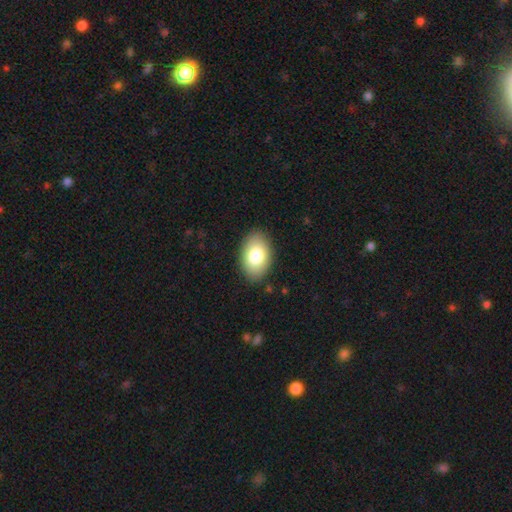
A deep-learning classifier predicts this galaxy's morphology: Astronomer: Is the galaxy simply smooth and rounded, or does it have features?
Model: smooth — 81%.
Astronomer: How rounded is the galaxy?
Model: in between — 90%.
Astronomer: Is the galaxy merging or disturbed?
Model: none — 88%.